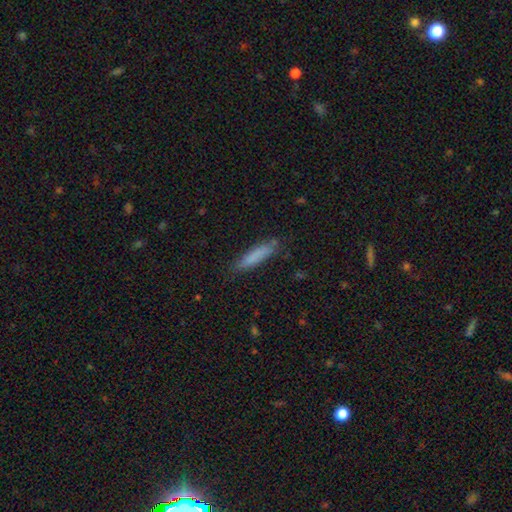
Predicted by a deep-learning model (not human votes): Smooth or featured?
  - smooth: 81% *
  - featured or disk: 12%
  - star or artifact: 7%
How rounded?
  - cigar-shaped: 84% *
  - in between: 15%
  - round: 1%
Merging?
  - none: 81% *
  - minor disturbance: 14%
  - major disturbance: 3%
  - merger: 2%